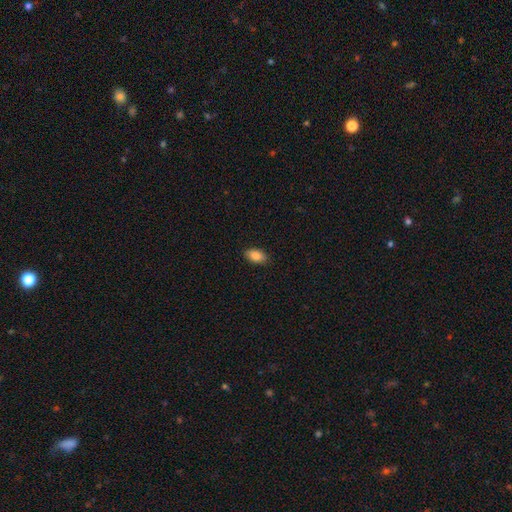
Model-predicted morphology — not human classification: smooth_or_featured: smooth (p=0.87) [alt: star or artifact p=0.07]
how_rounded: in between (p=0.93) [alt: round p=0.05]
merging: none (p=0.88) [alt: minor disturbance p=0.09]